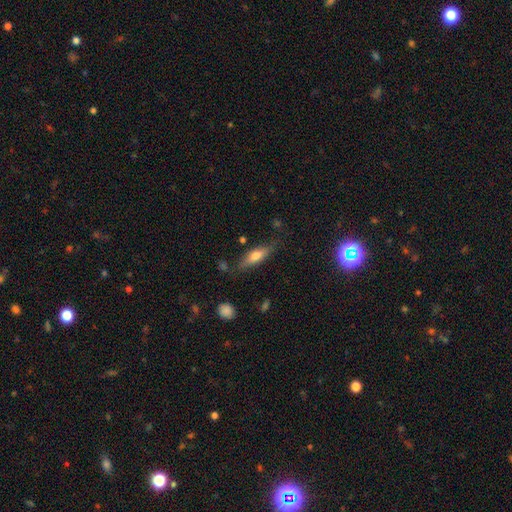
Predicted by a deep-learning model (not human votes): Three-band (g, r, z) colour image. It shows a smooth galaxy with no disk features (62%) that is cigar-shaped (49%). Merging: none (73%).